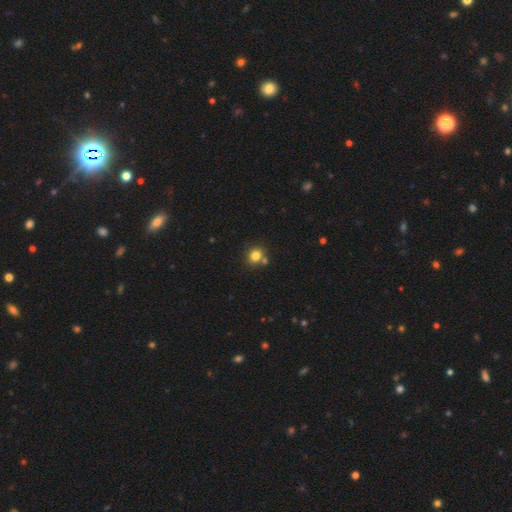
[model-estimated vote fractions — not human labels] Q: Smooth or featured?
A: smooth (81%); runner-up: star or artifact (13%)
Q: How rounded?
A: round (81%); runner-up: in between (18%)
Q: Merging?
A: none (71%); runner-up: merger (16%)